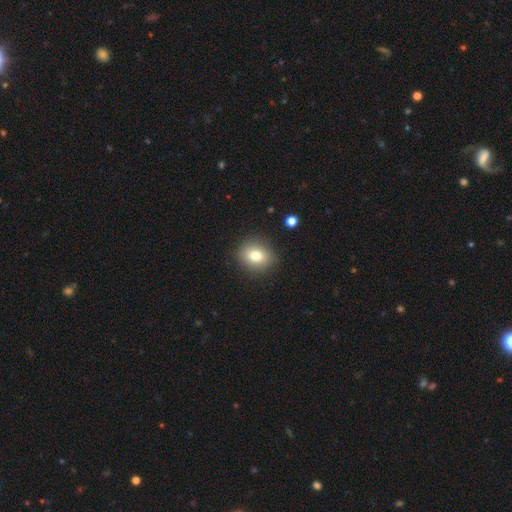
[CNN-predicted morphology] smooth-or-featured: smooth: 77% | featured or disk: 12% | star or artifact: 11%
  how-rounded: round: 69% | in between: 30% | cigar-shaped: 1%
  merging: none: 87% | minor disturbance: 9% | major disturbance: 3% | merger: 1%